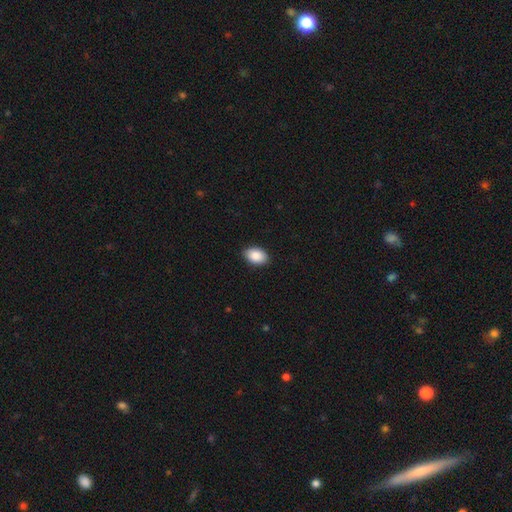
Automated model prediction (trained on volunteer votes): Smooth or featured? Predicted: smooth (p=0.89). How rounded? Predicted: in between (p=0.90). Merging? Predicted: none (p=0.88).